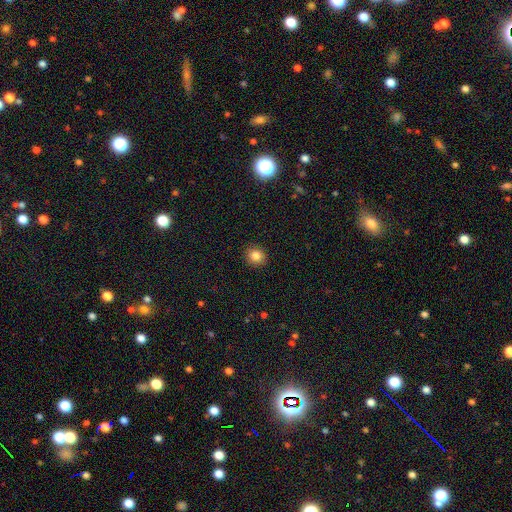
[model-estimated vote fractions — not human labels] A smooth galaxy with no disk features (84%) that is round (84%).

Vote fractions:
- Smooth or featured? smooth: 84% / star or artifact: 11% / featured or disk: 6%
- How rounded? round: 84% / in between: 15% / cigar-shaped: 1%
- Merging? none: 91% / minor disturbance: 6% / major disturbance: 2% / merger: 1%